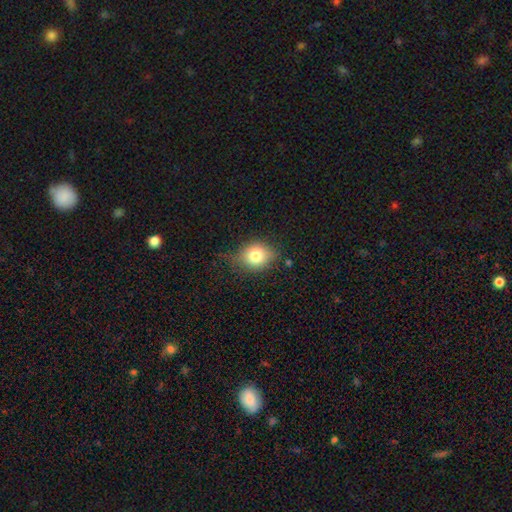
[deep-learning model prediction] The model was most divided on "how rounded": round: 60%, in between: 39%, cigar-shaped: 1%. More confident: smooth or featured — smooth (76%); merging — none (70%).